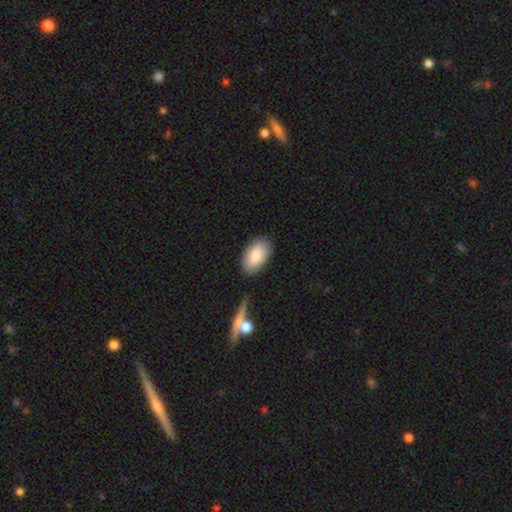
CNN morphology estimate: A smooth galaxy with no disk features (85%) that is in between round and cigar-shaped (94%).

Vote fractions:
- Smooth or featured? smooth: 85% / featured or disk: 9% / star or artifact: 6%
- How rounded? in between: 94% / round: 5% / cigar-shaped: 1%
- Merging? none: 82% / minor disturbance: 12% / major disturbance: 3% / merger: 3%